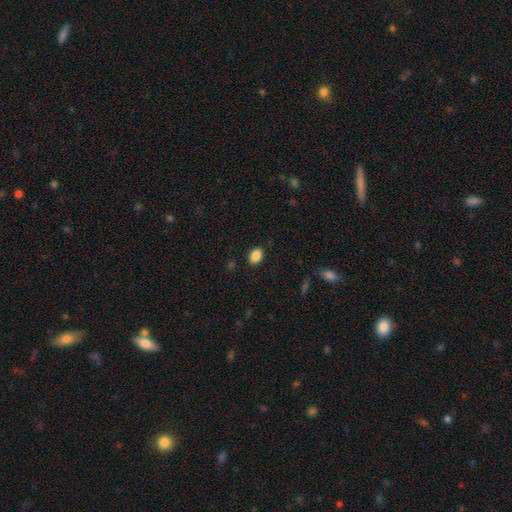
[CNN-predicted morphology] smooth_or_featured: smooth (p=0.88) [alt: star or artifact p=0.08]
how_rounded: in between (p=0.81) [alt: round p=0.18]
merging: none (p=0.87) [alt: minor disturbance p=0.09]